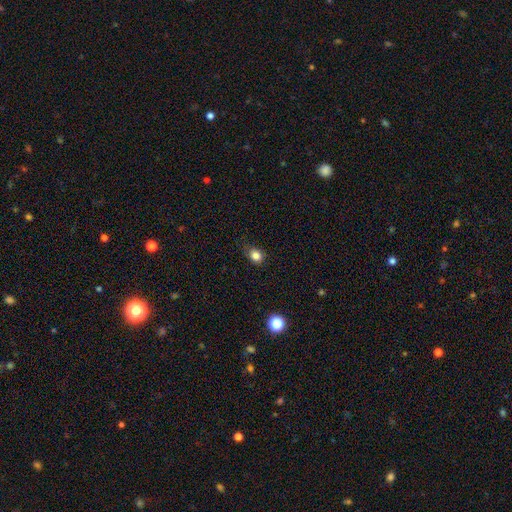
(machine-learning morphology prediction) smooth 82%, star or artifact 12%, featured or disk 5%. Down the decision tree: how rounded — round (61%); merging — none (72%).